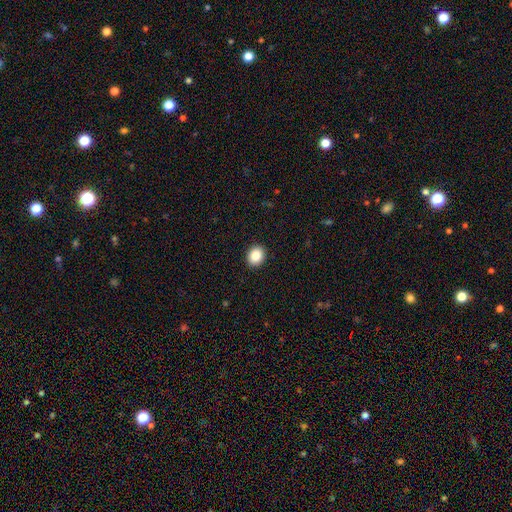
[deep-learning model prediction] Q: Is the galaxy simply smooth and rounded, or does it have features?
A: smooth — 86%.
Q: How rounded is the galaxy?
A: round — 58%.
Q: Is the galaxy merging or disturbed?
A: none — 92%.